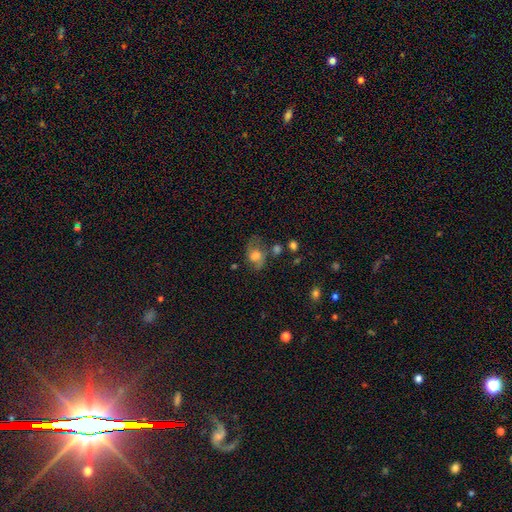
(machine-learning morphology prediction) Smooth or featured?
  - smooth: 49% *
  - featured or disk: 40%
  - star or artifact: 11%
Merging?
  - none: 53% *
  - minor disturbance: 24%
  - major disturbance: 15%
  - merger: 7%